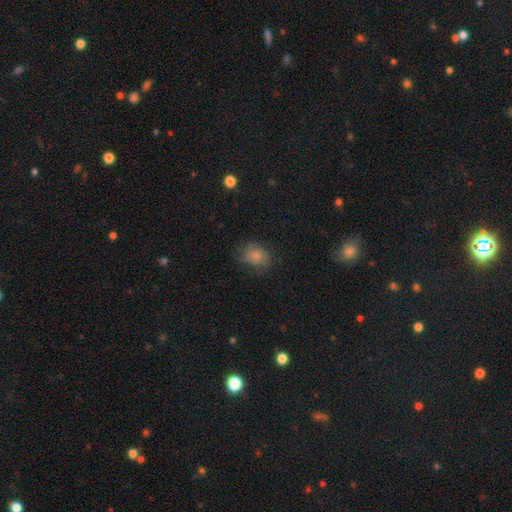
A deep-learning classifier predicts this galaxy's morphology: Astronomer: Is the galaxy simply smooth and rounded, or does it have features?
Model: smooth — 79%.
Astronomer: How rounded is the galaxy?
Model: round — 56% (runner-up: in between, 43%).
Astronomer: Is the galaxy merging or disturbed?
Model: none — 70%.